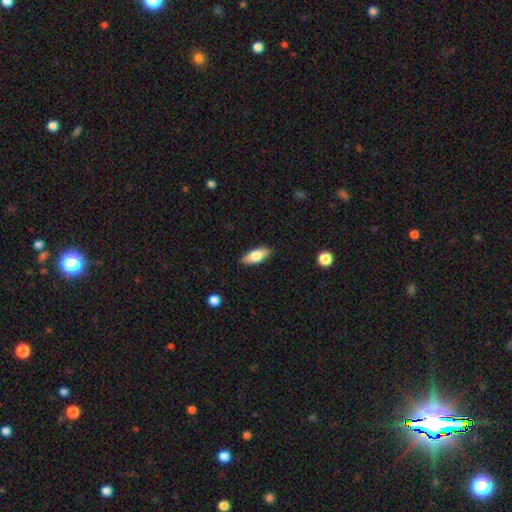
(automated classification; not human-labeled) smooth_or_featured: smooth (p=0.74) [alt: featured or disk p=0.20]
how_rounded: in between (p=0.79) [alt: cigar-shaped p=0.18]
merging: none (p=0.88) [alt: minor disturbance p=0.09]